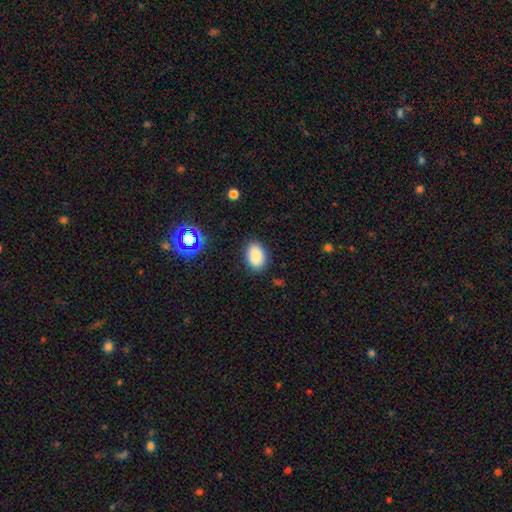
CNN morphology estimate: smooth-or-featured: smooth: 86% | star or artifact: 10% | featured or disk: 4%
  how-rounded: in between: 83% | round: 16% | cigar-shaped: 1%
  merging: none: 87% | minor disturbance: 10% | major disturbance: 3% | merger: 1%